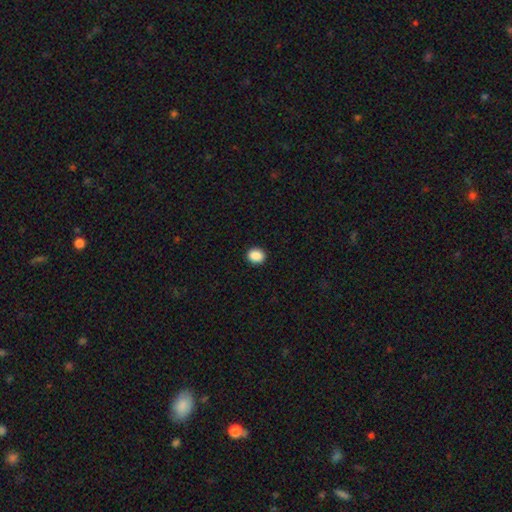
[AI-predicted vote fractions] Smooth or featured? smooth (89%)
How rounded? round (65%)
Merging? none (92%)